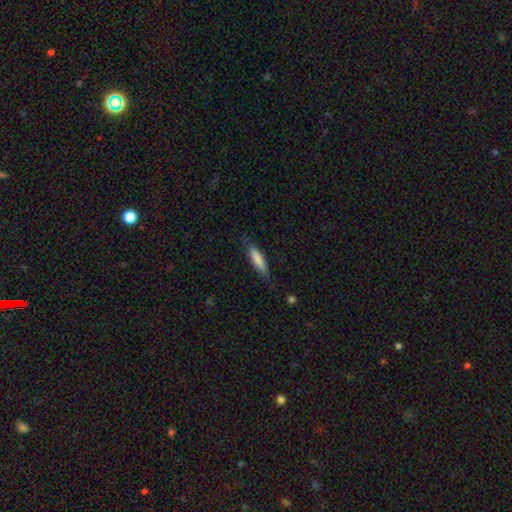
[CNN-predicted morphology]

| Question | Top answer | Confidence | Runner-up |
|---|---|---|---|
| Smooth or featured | smooth | 81% | featured or disk (13%) |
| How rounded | cigar-shaped | 64% | in between (35%) |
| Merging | none | 72% | minor disturbance (21%) |